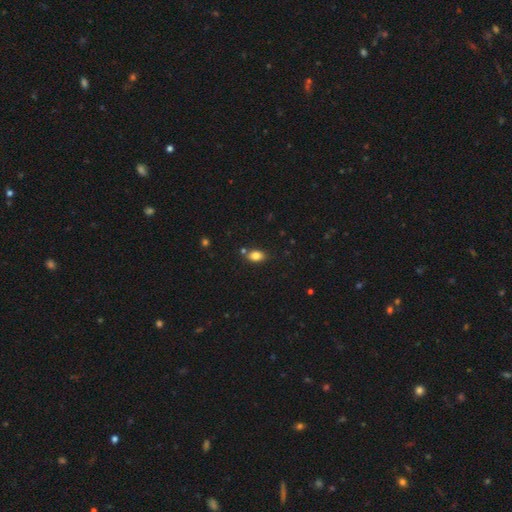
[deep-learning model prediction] This is clearly a smooth galaxy (83%). How rounded: clearly in between (83%). Merging: likely none (75%).